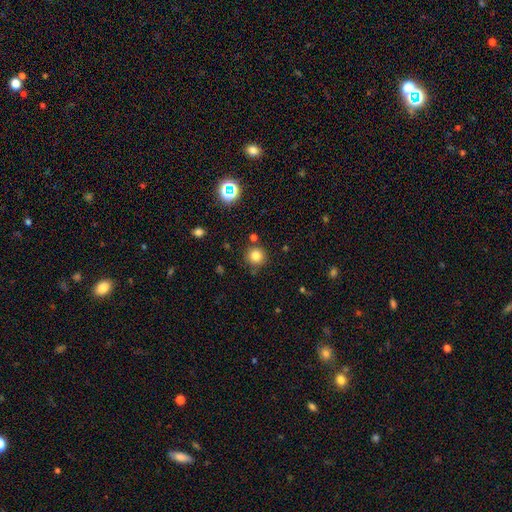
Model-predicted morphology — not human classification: Smooth or featured: smooth — 80% (star or artifact — 14%)
How rounded: round — 94% (in between — 5%)
Merging: none — 83% (minor disturbance — 8%)